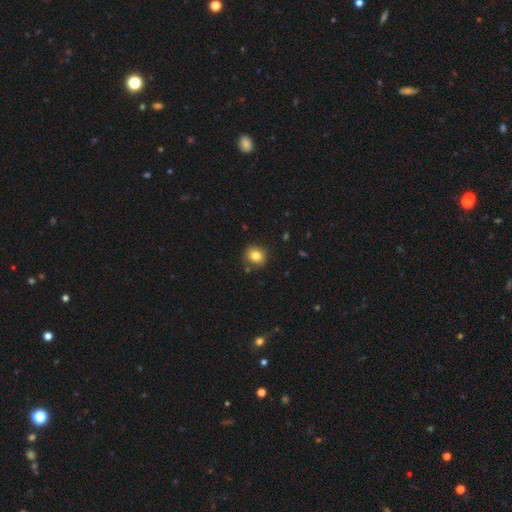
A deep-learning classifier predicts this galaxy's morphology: smooth_or_featured: smooth (p=0.81) [alt: star or artifact p=0.11]
how_rounded: round (p=0.83) [alt: in between p=0.17]
merging: none (p=0.86) [alt: minor disturbance p=0.09]